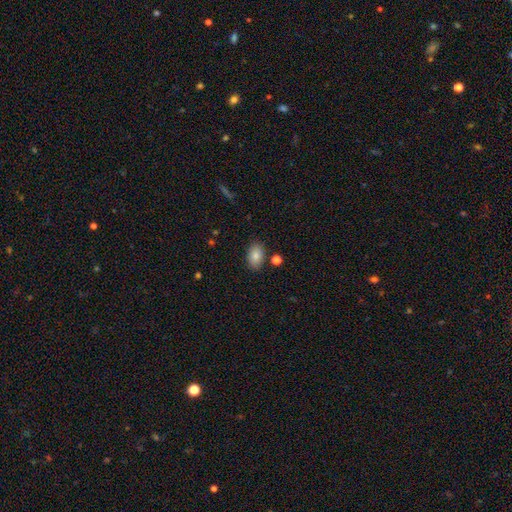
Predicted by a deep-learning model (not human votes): smooth_or_featured: smooth (p=0.85) [alt: star or artifact p=0.08]
how_rounded: in between (p=0.90) [alt: round p=0.09]
merging: none (p=0.84) [alt: minor disturbance p=0.10]